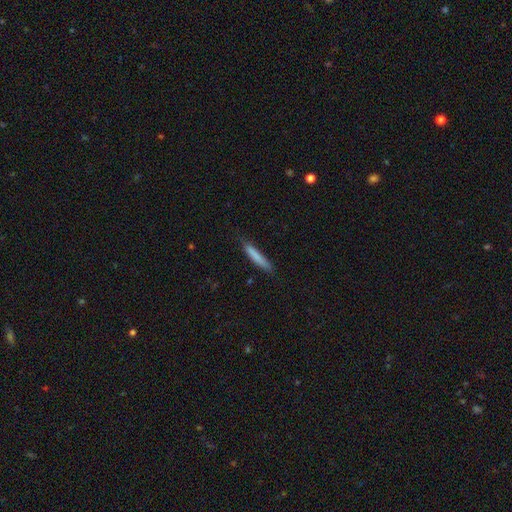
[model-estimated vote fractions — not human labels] smooth-or-featured: smooth: 80% | featured or disk: 14% | star or artifact: 6%
  how-rounded: cigar-shaped: 92% | in between: 7% | round: 1%
  merging: none: 79% | minor disturbance: 17% | major disturbance: 3% | merger: 1%